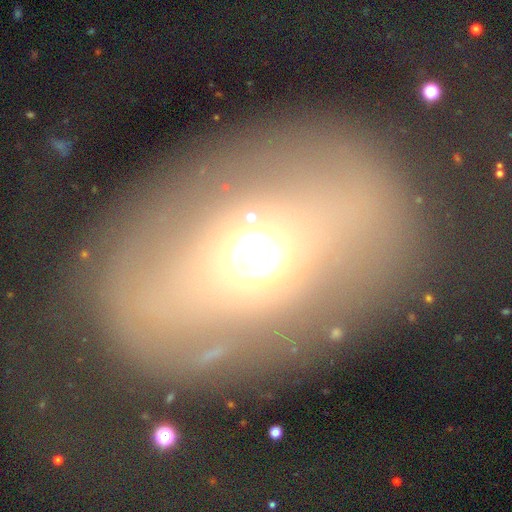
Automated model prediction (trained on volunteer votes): The model was most divided on "smooth or featured": smooth: 46%, star or artifact: 28%, featured or disk: 26%. More confident: merging — none (76%).